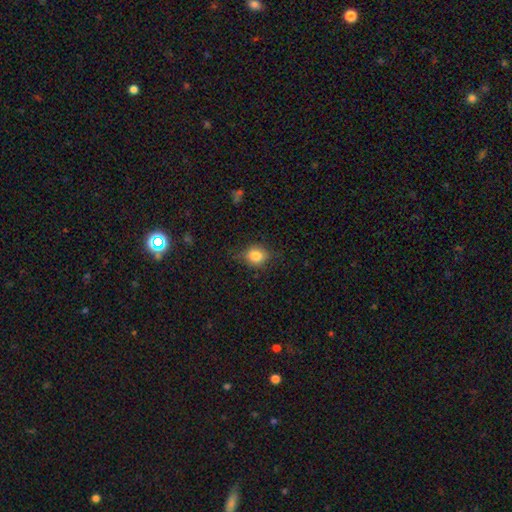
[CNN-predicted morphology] The model was most divided on "how rounded": round: 65%, in between: 33%, cigar-shaped: 1%. More confident: smooth or featured — smooth (81%); merging — none (75%).